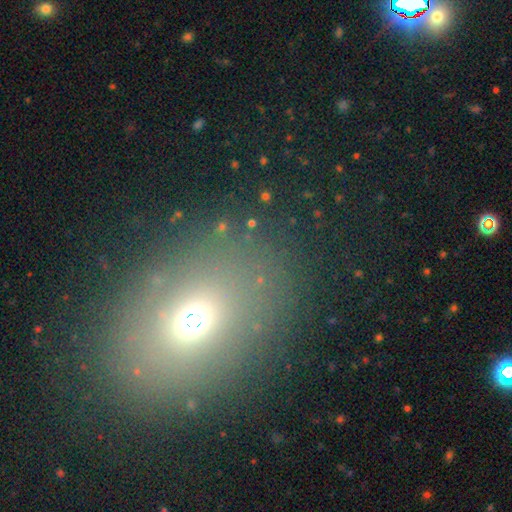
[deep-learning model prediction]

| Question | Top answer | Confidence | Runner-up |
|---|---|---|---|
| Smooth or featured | smooth | 61% | star or artifact (25%) |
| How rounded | in between | 63% | round (35%) |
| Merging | none | 78% | minor disturbance (11%) |